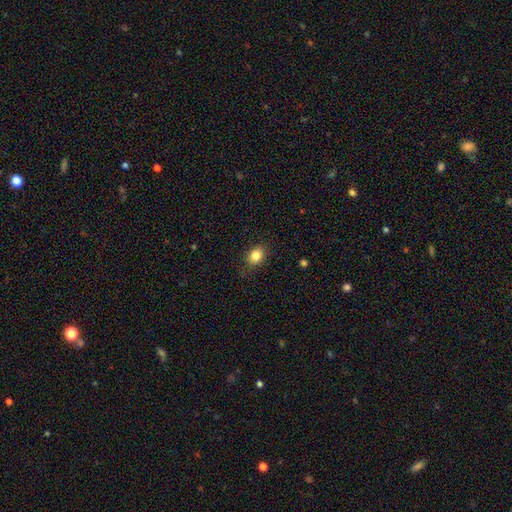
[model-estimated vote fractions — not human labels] Smooth or featured? smooth (84%)
How rounded? in between (58%)
Merging? none (83%)